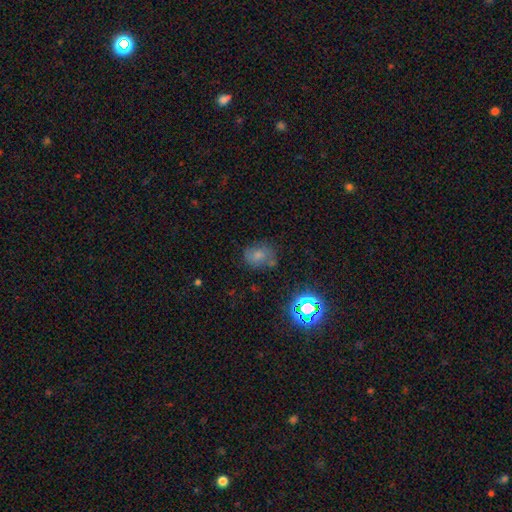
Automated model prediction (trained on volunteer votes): smooth-or-featured: smooth: 49% | star or artifact: 32% | featured or disk: 19%
  merging: none: 68% | minor disturbance: 20% | major disturbance: 7% | merger: 6%